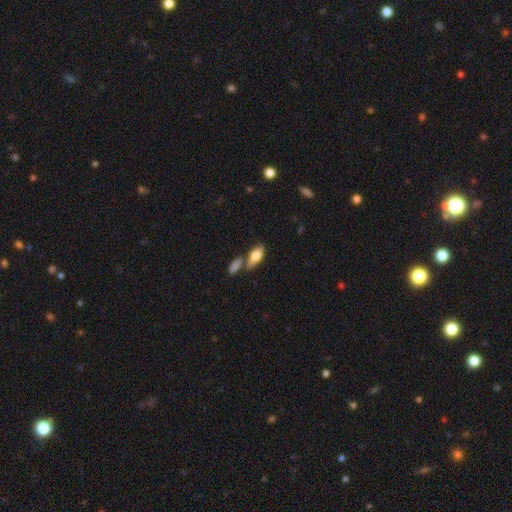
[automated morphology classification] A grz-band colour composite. It shows a smooth galaxy with no disk features (75%) that is in between round and cigar-shaped (83%). Merging: none (49%).